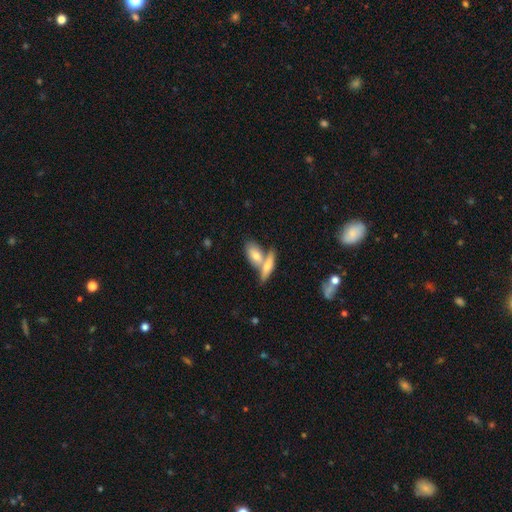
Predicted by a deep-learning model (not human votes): Smooth or featured?
  - smooth: 68% *
  - featured or disk: 26%
  - star or artifact: 6%
How rounded?
  - in between: 76% *
  - cigar-shaped: 19%
  - round: 5%
Merging?
  - merger: 52% *
  - none: 36%
  - minor disturbance: 9%
  - major disturbance: 3%